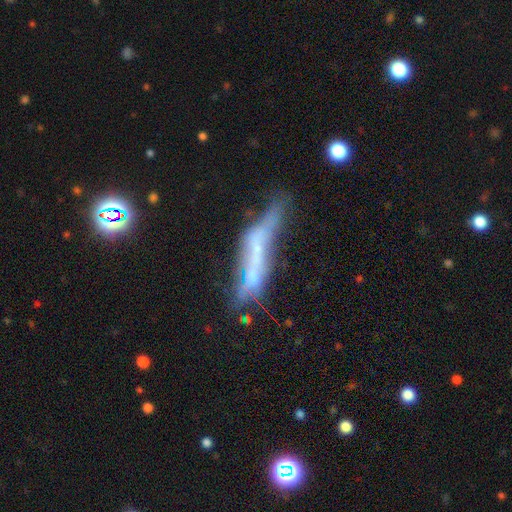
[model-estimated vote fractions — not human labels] Q: Smooth or featured?
A: featured or disk (55%); runner-up: smooth (32%)
Q: Edge-on disk?
A: no (50%); tied with: yes (50%)
Q: Merging?
A: major disturbance (28%); tied with: none (28%)